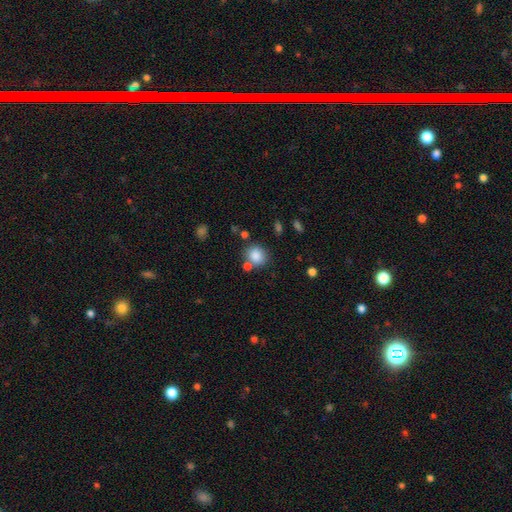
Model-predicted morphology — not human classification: Smooth or featured? smooth (85%)
How rounded? round (79%)
Merging? none (69%)